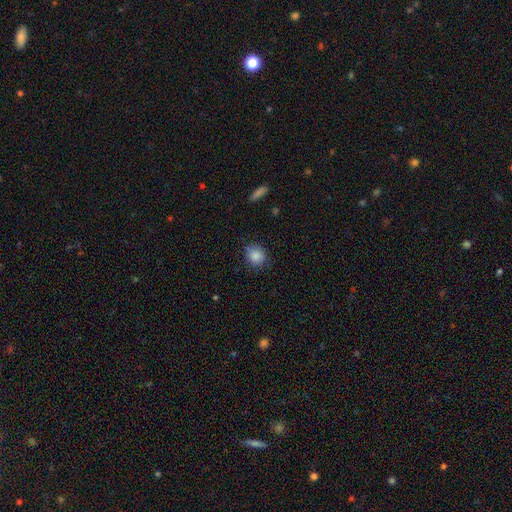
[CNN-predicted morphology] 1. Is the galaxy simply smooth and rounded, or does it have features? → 86% smooth, 9% star or artifact, 5% featured or disk.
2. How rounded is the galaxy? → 75% round, 24% in between, 1% cigar-shaped.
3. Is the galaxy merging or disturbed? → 82% none, 14% minor disturbance, 3% major disturbance, 1% merger.